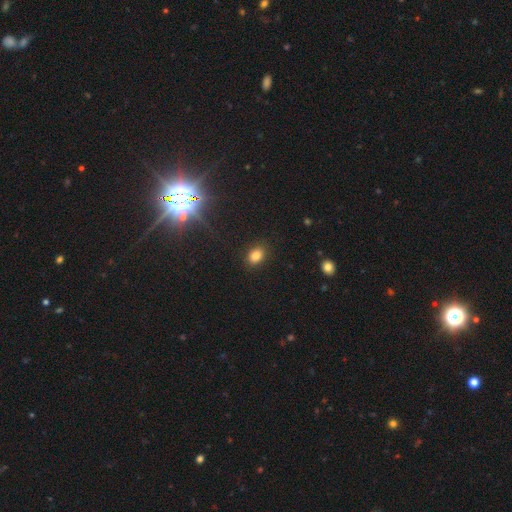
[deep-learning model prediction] Smooth or featured?
  - smooth: 81% *
  - star or artifact: 14%
  - featured or disk: 6%
How rounded?
  - in between: 72% *
  - round: 27%
  - cigar-shaped: 1%
Merging?
  - none: 87% *
  - minor disturbance: 9%
  - major disturbance: 3%
  - merger: 1%